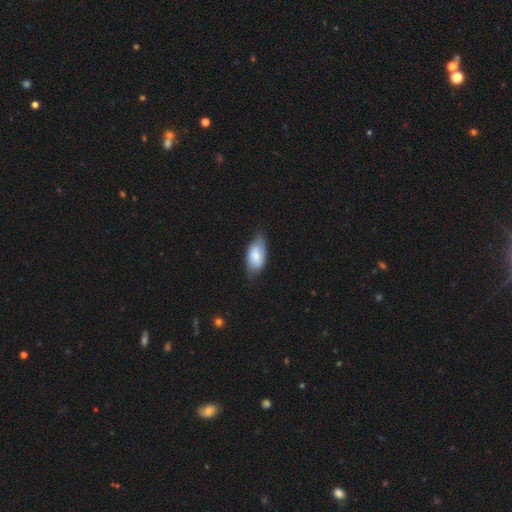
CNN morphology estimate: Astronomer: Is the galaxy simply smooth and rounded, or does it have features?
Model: smooth — 70%.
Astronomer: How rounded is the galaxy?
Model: in between — 92%.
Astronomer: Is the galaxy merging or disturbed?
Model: none — 63%.